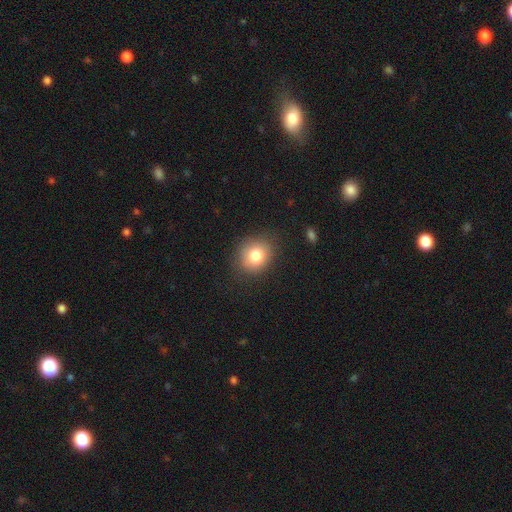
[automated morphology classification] A smooth galaxy with no disk features (81%) that is round (65%).

Vote fractions:
- Smooth or featured? smooth: 81% / star or artifact: 10% / featured or disk: 9%
- How rounded? round: 65% / in between: 34% / cigar-shaped: 1%
- Merging? none: 83% / minor disturbance: 12% / major disturbance: 4% / merger: 1%